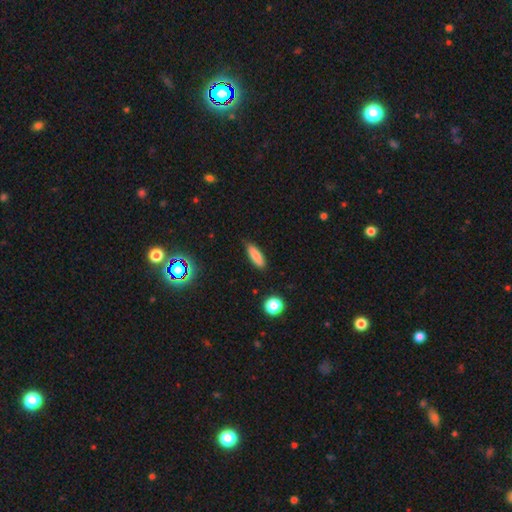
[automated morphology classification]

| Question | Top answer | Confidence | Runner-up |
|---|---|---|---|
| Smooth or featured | smooth | 83% | star or artifact (9%) |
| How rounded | in between | 50% | cigar-shaped (48%) |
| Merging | none | 84% | minor disturbance (13%) |